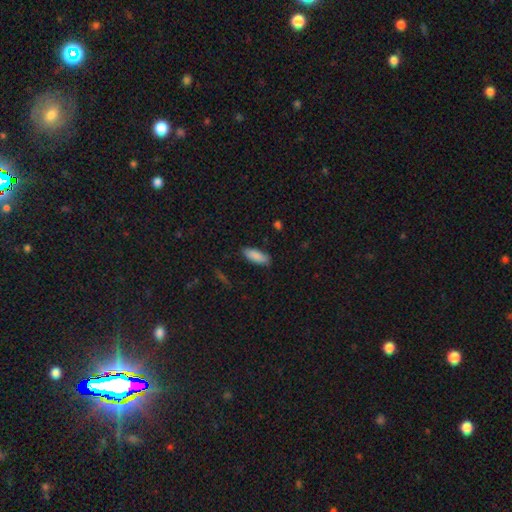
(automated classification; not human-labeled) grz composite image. It shows a smooth galaxy with no disk features (88%) that is in between round and cigar-shaped (75%). Merging: none (83%).